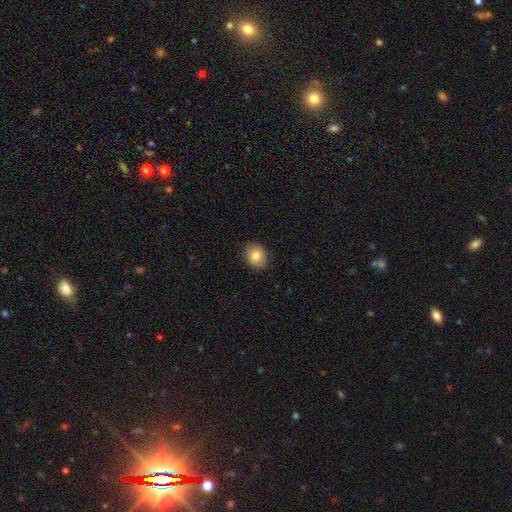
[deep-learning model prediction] A smooth galaxy with no disk features (82%) that is round (58%).

Vote fractions:
- Smooth or featured? smooth: 82% / featured or disk: 9% / star or artifact: 9%
- How rounded? round: 58% / in between: 41% / cigar-shaped: 1%
- Merging? none: 89% / minor disturbance: 8% / major disturbance: 2% / merger: 1%